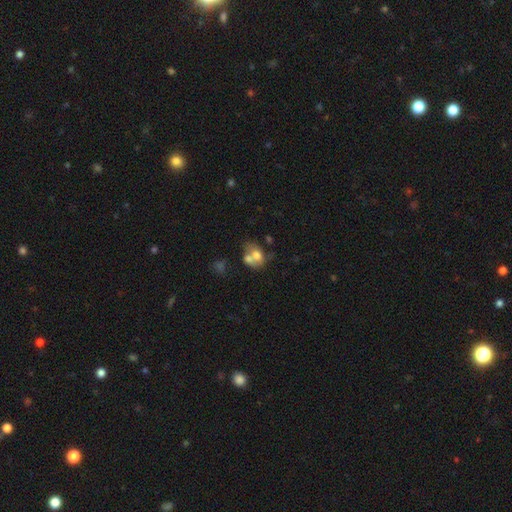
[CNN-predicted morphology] Smooth or featured? smooth (63%)
How rounded? in between (58%)
Merging? merger (60%)